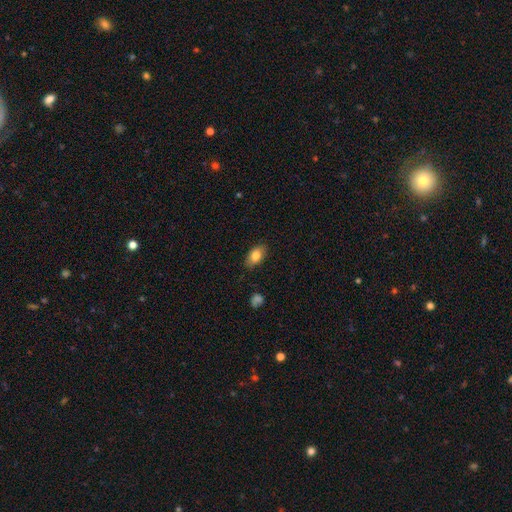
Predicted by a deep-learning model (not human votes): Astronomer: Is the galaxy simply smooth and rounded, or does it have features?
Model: smooth — 81%.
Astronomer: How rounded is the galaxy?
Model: in between — 90%.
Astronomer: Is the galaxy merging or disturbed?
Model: none — 85%.